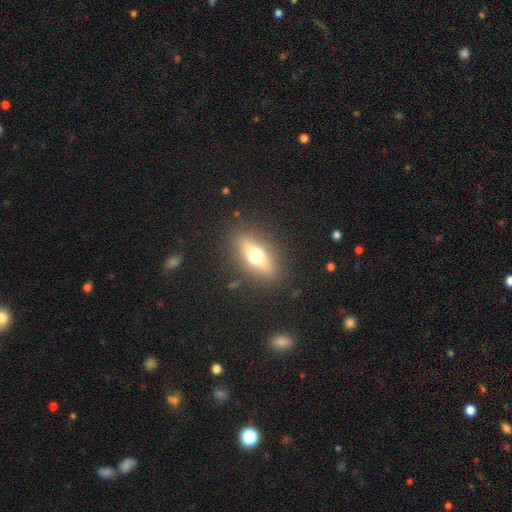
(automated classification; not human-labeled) Smooth or featured: smooth — 46% (featured or disk — 44%)
Merging: none — 86% (minor disturbance — 9%)